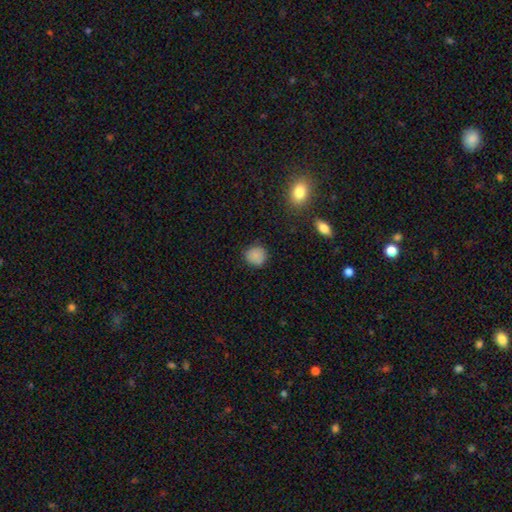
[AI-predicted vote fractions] Smooth or featured? smooth (84%)
How rounded? round (86%)
Merging? none (83%)